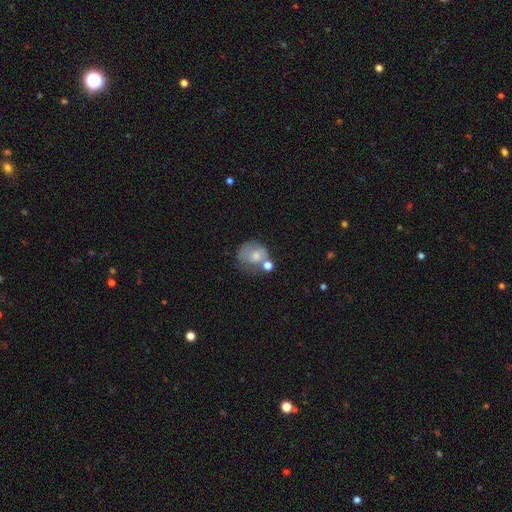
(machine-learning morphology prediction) This is likely a smooth galaxy (61%). How rounded: likely round (63%). Merging: marginally none (37%).